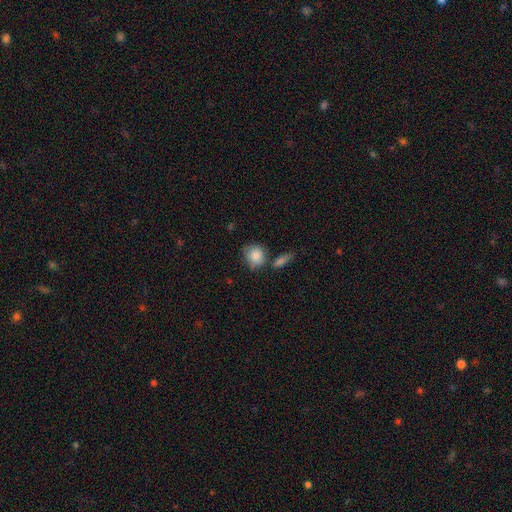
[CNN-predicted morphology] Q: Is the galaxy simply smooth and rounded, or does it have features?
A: smooth — 84%.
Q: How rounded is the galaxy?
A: round — 71%.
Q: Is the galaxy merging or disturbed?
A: none — 54%.